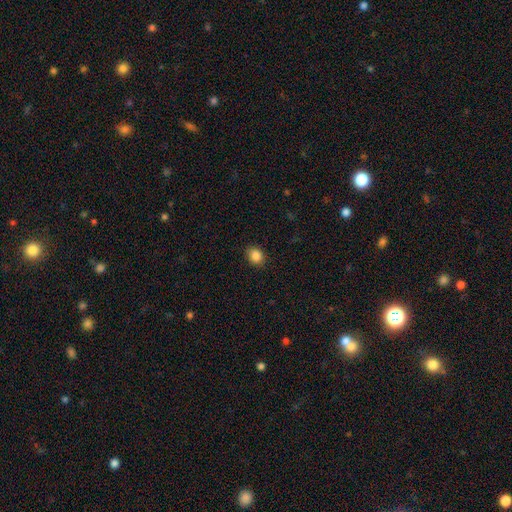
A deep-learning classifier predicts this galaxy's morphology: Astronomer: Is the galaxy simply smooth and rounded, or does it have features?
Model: smooth — 87%.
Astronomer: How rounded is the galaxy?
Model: round — 55% (runner-up: in between, 44%).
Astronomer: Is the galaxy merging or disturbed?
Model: none — 89%.